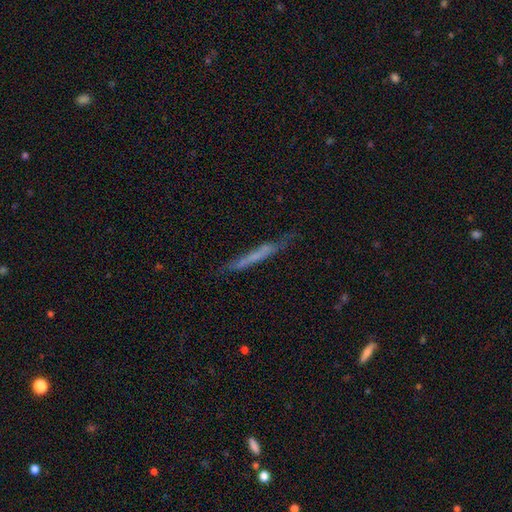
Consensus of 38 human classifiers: smooth-or-featured: smooth: 55% | featured or disk: 42% | star or artifact: 3%
  how-rounded: cigar-shaped: 100% | round: 0% | in between: 0%
  merging: none: 76% | minor disturbance: 11% | major disturbance: 11% | merger: 3%